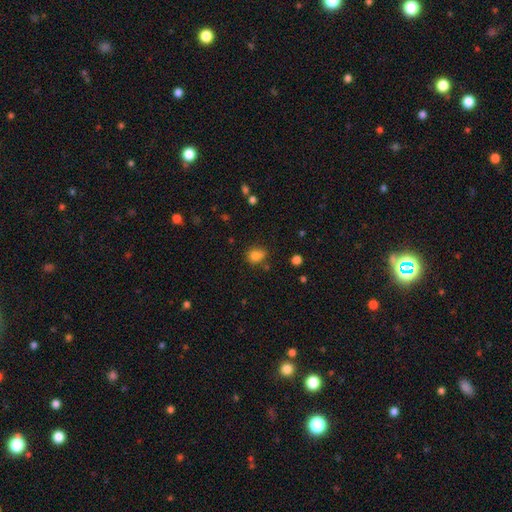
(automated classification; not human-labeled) Overall: smooth (80%). How rounded: round (61%; in between 38%). Merging: none (66%).